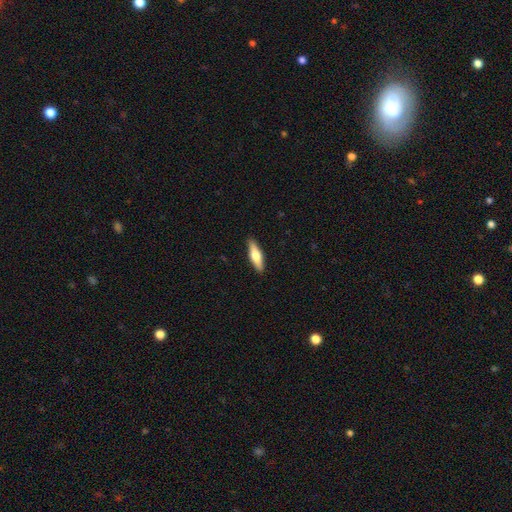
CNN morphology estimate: Smooth or featured?
  - smooth: 58% *
  - featured or disk: 36%
  - star or artifact: 5%
How rounded?
  - cigar-shaped: 64% *
  - in between: 34%
  - round: 2%
Merging?
  - none: 90% *
  - minor disturbance: 8%
  - major disturbance: 2%
  - merger: 1%